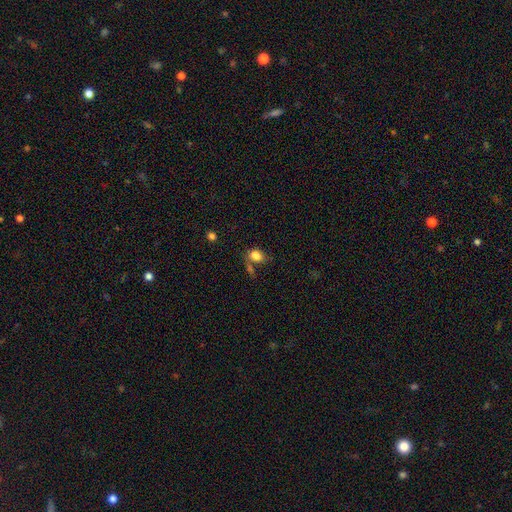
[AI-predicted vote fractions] The model was most divided on "merging": none: 50%, merger: 22%, minor disturbance: 19%, major disturbance: 9%. More confident: smooth or featured — smooth (82%); how rounded — in between (75%).